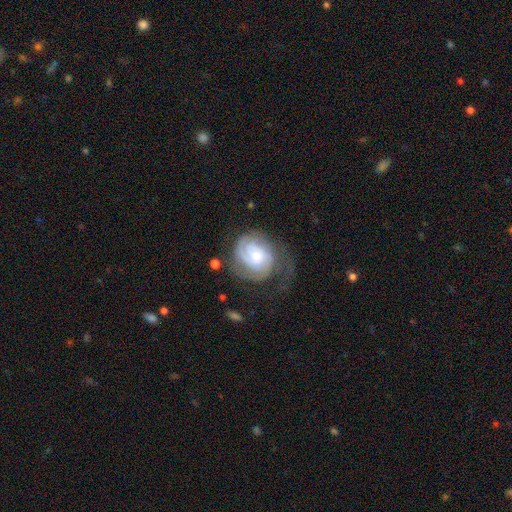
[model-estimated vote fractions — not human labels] Smooth or featured?
  - featured or disk: 76% *
  - smooth: 18%
  - star or artifact: 6%
Edge-on disk?
  - no: 98% *
  - yes: 2%
Bar?
  - no: 65% *
  - weak: 30%
  - strong: 5%
Spiral arms?
  - yes: 93% *
  - no: 7%
Spiral winding?
  - tight: 59% *
  - medium: 30%
  - loose: 11%
Spiral arm count?
  - 2: 36% *
  - can't tell: 30%
  - 3: 16%
  - 1: 9%
  - 4: 5%
  - more than 4: 3%
Bulge size?
  - small: 48% *
  - moderate: 40%
  - large: 7%
  - none: 4%
  - dominant: 2%
Merging?
  - none: 48% *
  - major disturbance: 27%
  - minor disturbance: 23%
  - merger: 2%